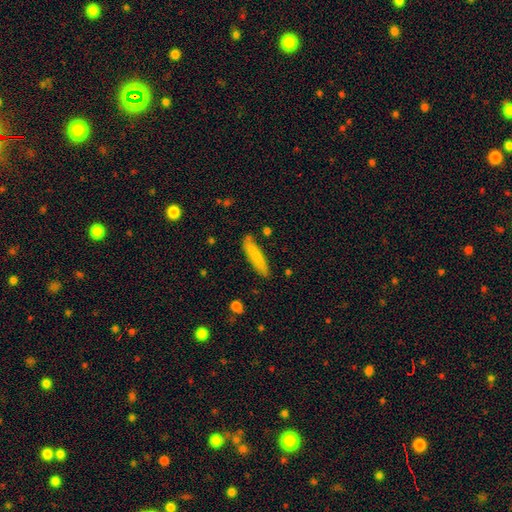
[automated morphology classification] Overall: smooth (81%). How rounded: cigar-shaped (84%). Merging: none (82%).